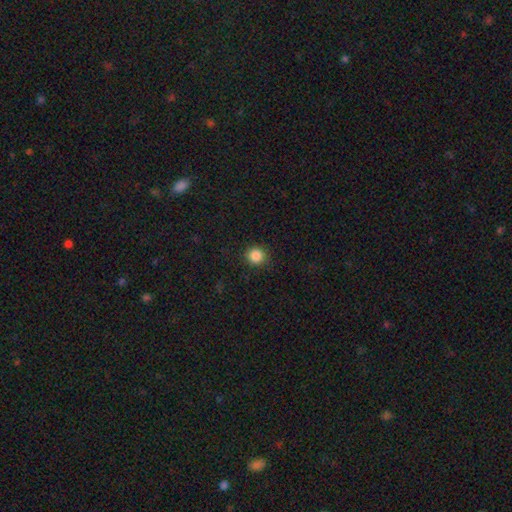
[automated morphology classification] smooth_or_featured: smooth (p=0.86) [alt: star or artifact p=0.11]
how_rounded: round (p=0.93) [alt: in between p=0.06]
merging: none (p=0.90) [alt: minor disturbance p=0.07]